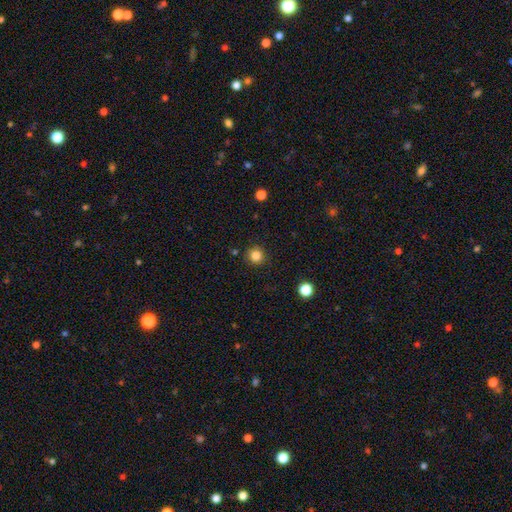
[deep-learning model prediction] Q: Smooth or featured?
A: smooth (84%); runner-up: star or artifact (12%)
Q: How rounded?
A: round (92%); runner-up: in between (7%)
Q: Merging?
A: none (89%); runner-up: minor disturbance (7%)